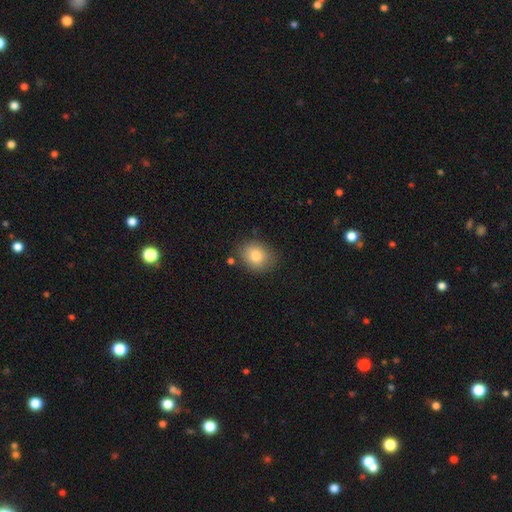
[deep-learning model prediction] smooth_or_featured: smooth (p=0.81) [alt: star or artifact p=0.10]
how_rounded: round (p=0.52) [alt: in between p=0.47]
merging: none (p=0.81) [alt: minor disturbance p=0.13]